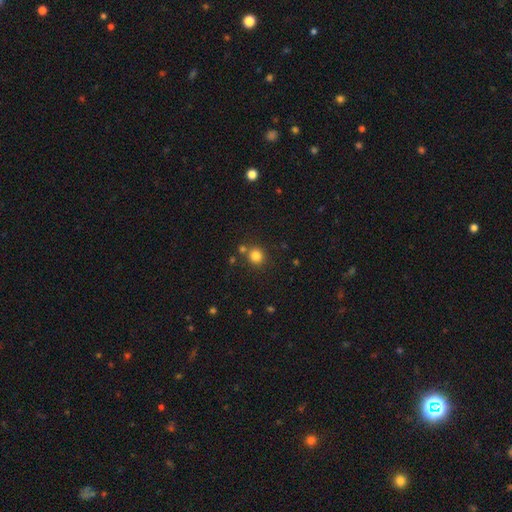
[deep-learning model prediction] Smooth or featured? smooth (82%)
How rounded? round (90%)
Merging? none (77%)